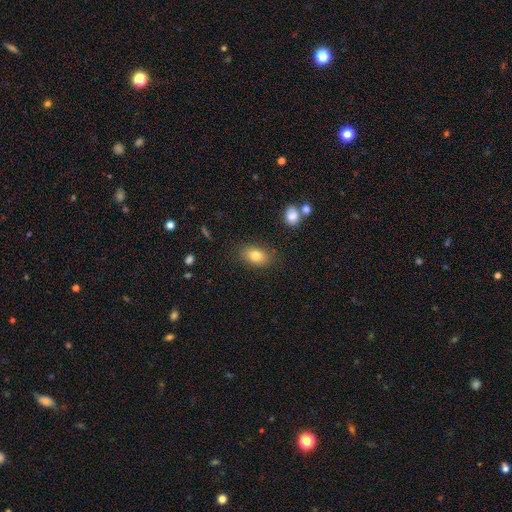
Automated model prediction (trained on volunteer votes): This appears to be a smooth galaxy with no disk features (79%) that is in between round and cigar-shaped (83%). Merging: none (83%).